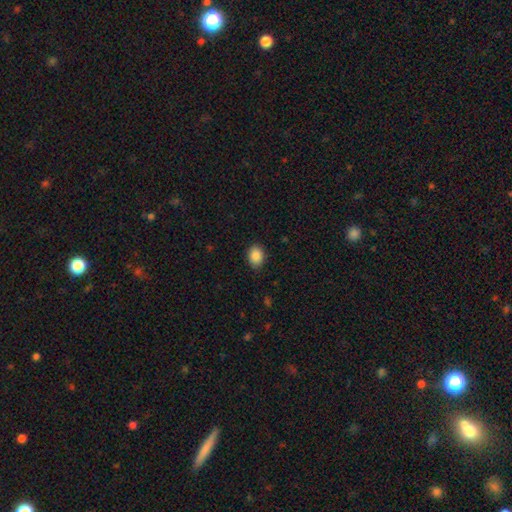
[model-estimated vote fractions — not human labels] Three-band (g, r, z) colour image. It shows a smooth galaxy with no disk features (89%) that is in between round and cigar-shaped (67%). Merging: none (88%).